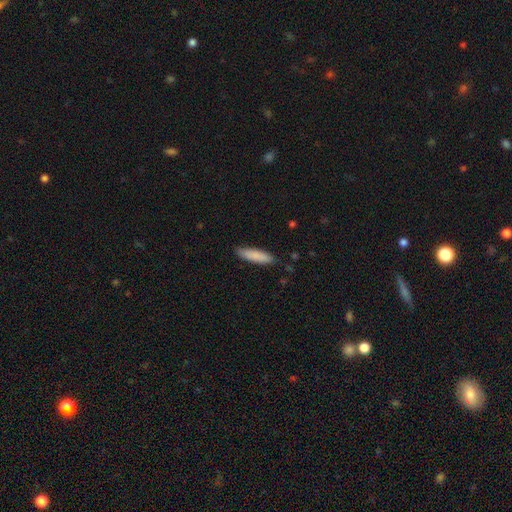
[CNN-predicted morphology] Q: Smooth or featured?
A: smooth (86%); runner-up: featured or disk (8%)
Q: How rounded?
A: cigar-shaped (70%); runner-up: in between (29%)
Q: Merging?
A: none (86%); runner-up: minor disturbance (11%)